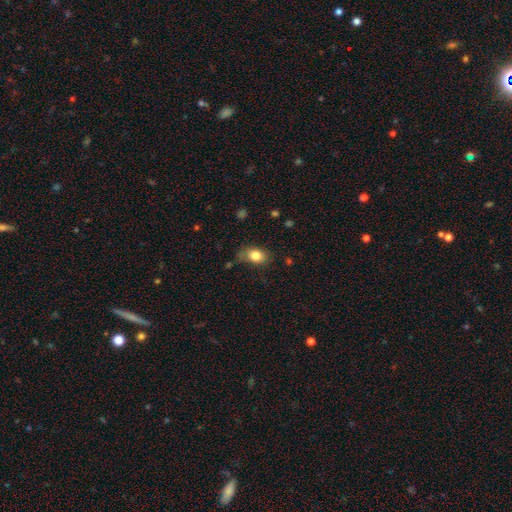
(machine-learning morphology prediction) Smooth or featured: smooth — 82% (star or artifact — 9%)
How rounded: in between — 75% (round — 23%)
Merging: none — 67% (minor disturbance — 24%)